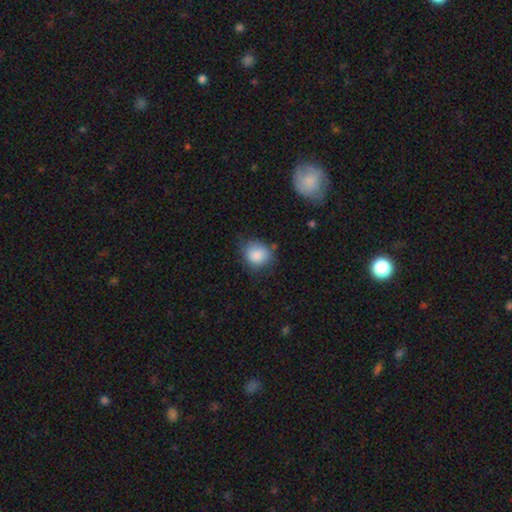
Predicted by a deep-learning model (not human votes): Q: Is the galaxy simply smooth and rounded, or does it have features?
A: smooth — 87%.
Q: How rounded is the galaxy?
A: round — 76%.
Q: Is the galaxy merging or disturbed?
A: none — 66%.